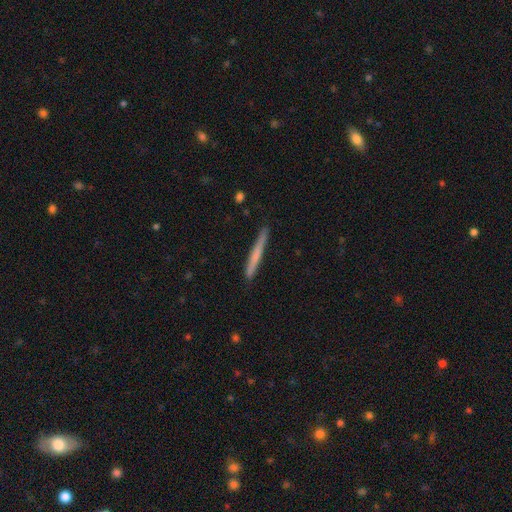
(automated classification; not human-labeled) smooth-or-featured: smooth: 61% | featured or disk: 33% | star or artifact: 5%
  how-rounded: cigar-shaped: 97% | in between: 2% | round: 1%
  merging: none: 89% | minor disturbance: 8% | major disturbance: 1% | merger: 1%